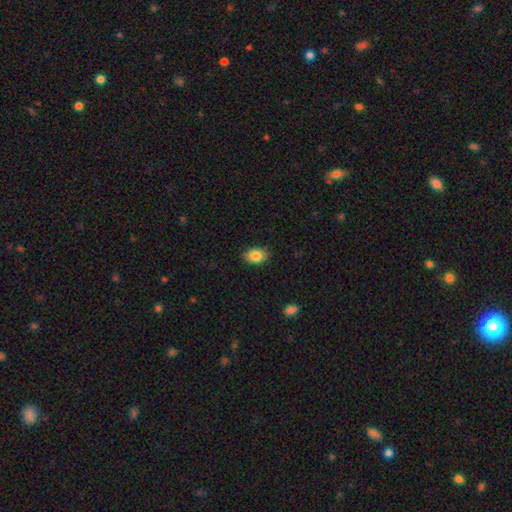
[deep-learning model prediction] A smooth galaxy with no disk features (84%) that is in between round and cigar-shaped (75%).

Vote fractions:
- Smooth or featured? smooth: 84% / star or artifact: 8% / featured or disk: 8%
- How rounded? in between: 75% / round: 24% / cigar-shaped: 1%
- Merging? none: 85% / minor disturbance: 12% / major disturbance: 2% / merger: 1%